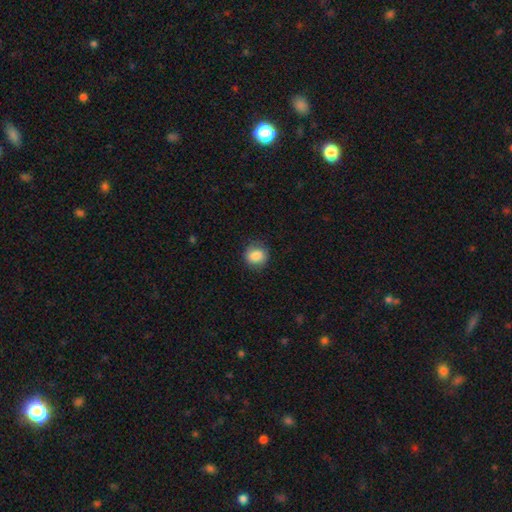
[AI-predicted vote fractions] smooth_or_featured: smooth (p=0.86) [alt: star or artifact p=0.08]
how_rounded: round (p=0.75) [alt: in between p=0.24]
merging: none (p=0.82) [alt: minor disturbance p=0.14]